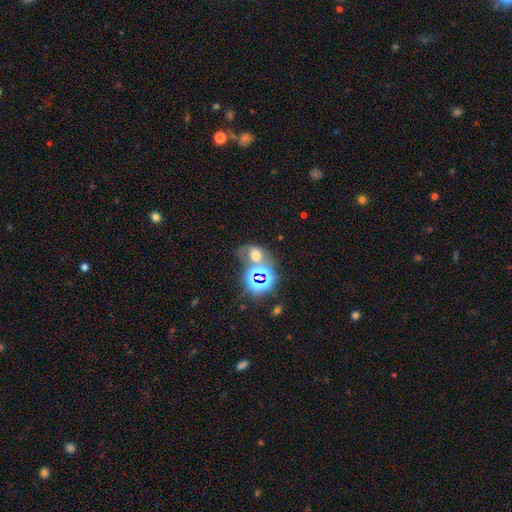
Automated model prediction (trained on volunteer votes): smooth-or-featured: smooth: 46% | star or artifact: 36% | featured or disk: 18%
  merging: none: 41% | merger: 32% | minor disturbance: 14% | major disturbance: 13%